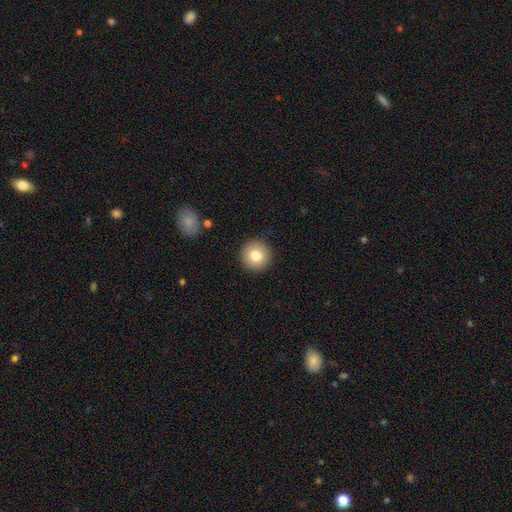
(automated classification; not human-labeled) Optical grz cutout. It shows a smooth galaxy with no disk features (80%) that is round (96%). Merging: none (92%).